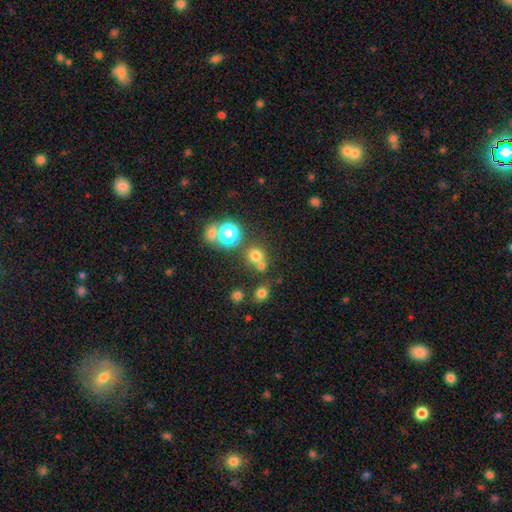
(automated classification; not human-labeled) Smooth or featured? Predicted: smooth (p=0.69). How rounded? Predicted: round (p=0.86). Merging? Predicted: none (p=0.61).